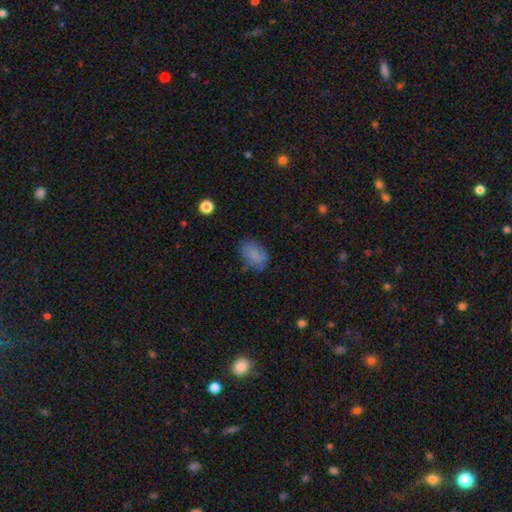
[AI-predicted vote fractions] A smooth galaxy with no disk features (76%) that is in between round and cigar-shaped (86%). Merging: none (60%).